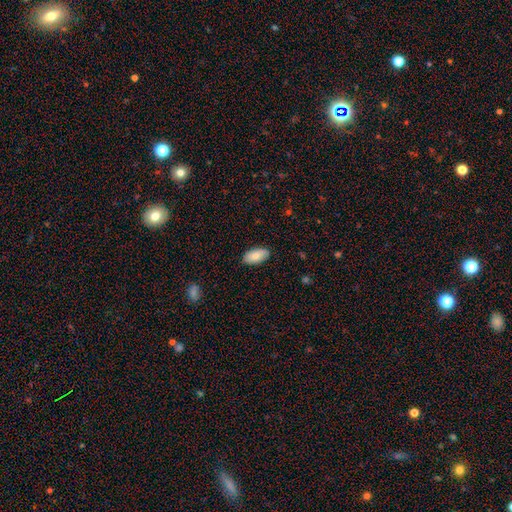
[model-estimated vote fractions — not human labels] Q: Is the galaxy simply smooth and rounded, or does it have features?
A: smooth — 80%.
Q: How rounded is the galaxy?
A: in between — 94%.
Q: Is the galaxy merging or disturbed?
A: none — 87%.